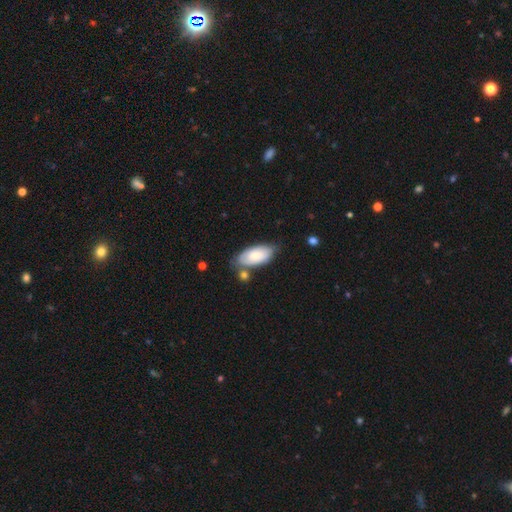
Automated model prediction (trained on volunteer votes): smooth-or-featured: smooth: 72% | featured or disk: 23% | star or artifact: 6%
  how-rounded: in between: 92% | cigar-shaped: 6% | round: 2%
  merging: none: 62% | minor disturbance: 22% | merger: 11% | major disturbance: 5%